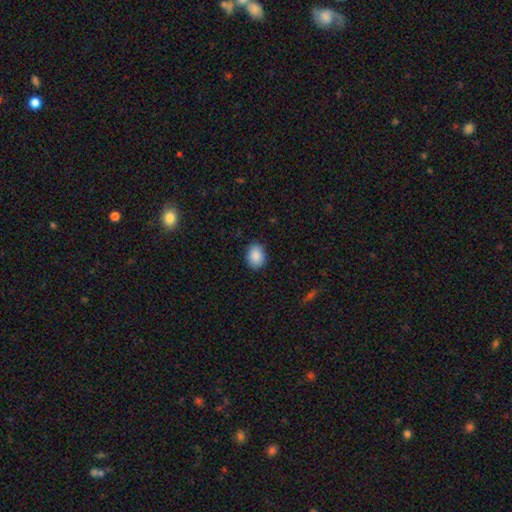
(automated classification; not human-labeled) smooth 89%, star or artifact 7%, featured or disk 4%. Down the decision tree: how rounded — in between (63%); merging — none (88%).